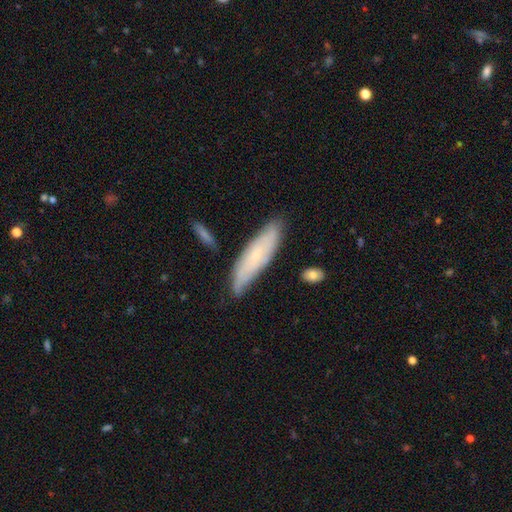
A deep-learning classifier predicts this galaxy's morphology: Smooth or featured?
  - smooth: 51% *
  - featured or disk: 42%
  - star or artifact: 7%
How rounded?
  - cigar-shaped: 64% *
  - in between: 34%
  - round: 2%
Merging?
  - none: 73% *
  - minor disturbance: 20%
  - major disturbance: 4%
  - merger: 3%